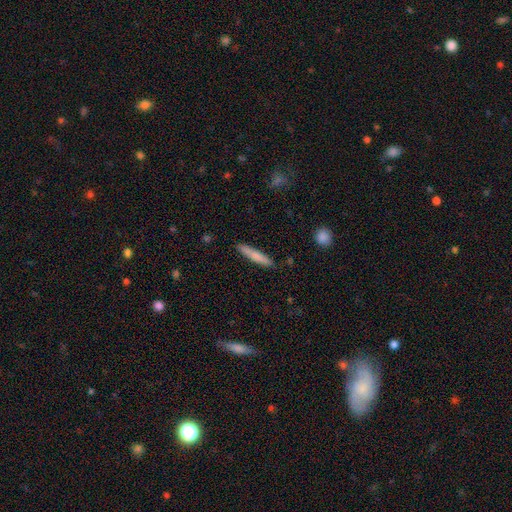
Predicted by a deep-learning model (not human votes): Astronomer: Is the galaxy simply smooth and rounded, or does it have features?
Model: smooth — 74%.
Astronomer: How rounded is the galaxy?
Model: cigar-shaped — 93%.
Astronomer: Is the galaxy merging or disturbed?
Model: none — 89%.